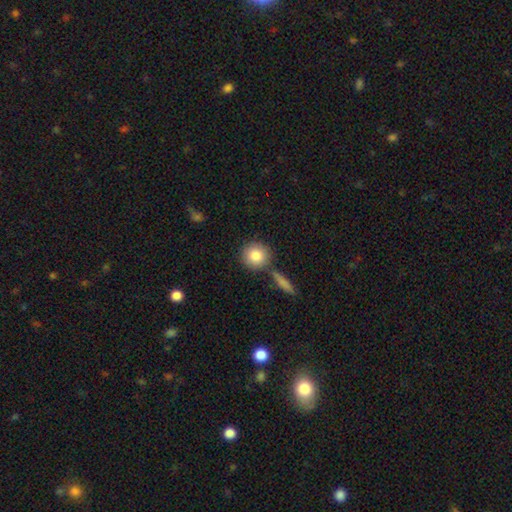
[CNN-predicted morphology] A smooth galaxy with no disk features (84%) that is round (90%). Merging: none (73%).